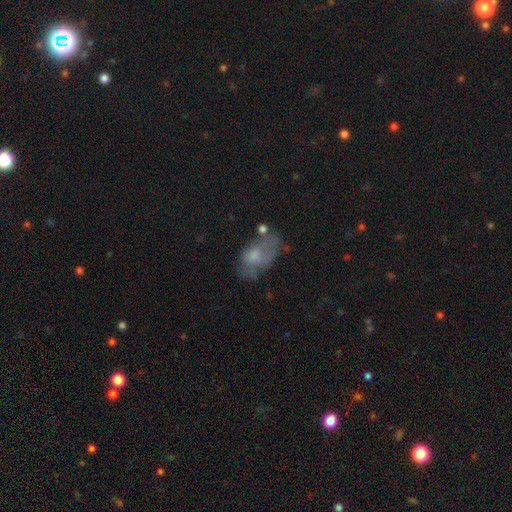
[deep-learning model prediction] This appears to be a smooth galaxy with no disk features (58%) that is in between round and cigar-shaped (89%). Merging: none (39%).